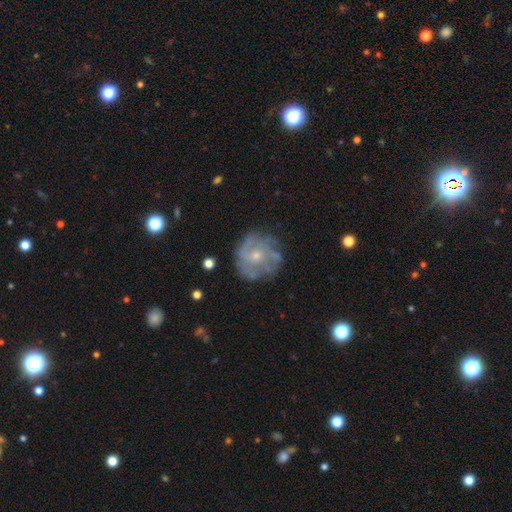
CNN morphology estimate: Smooth or featured: featured or disk — 68% (smooth — 23%)
Edge-on disk: no — 97% (yes — 3%)
Bar: no — 81% (weak — 17%)
Spiral arms: yes — 66% (no — 34%)
Bulge size: small — 60% (moderate — 35%)
Merging: none — 69% (minor disturbance — 19%)